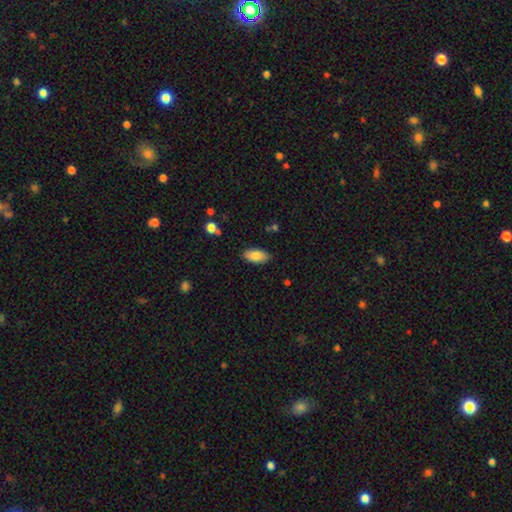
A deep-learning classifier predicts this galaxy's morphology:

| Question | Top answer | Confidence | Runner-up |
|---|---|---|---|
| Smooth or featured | smooth | 83% | featured or disk (10%) |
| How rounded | in between | 92% | cigar-shaped (6%) |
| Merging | none | 86% | minor disturbance (11%) |